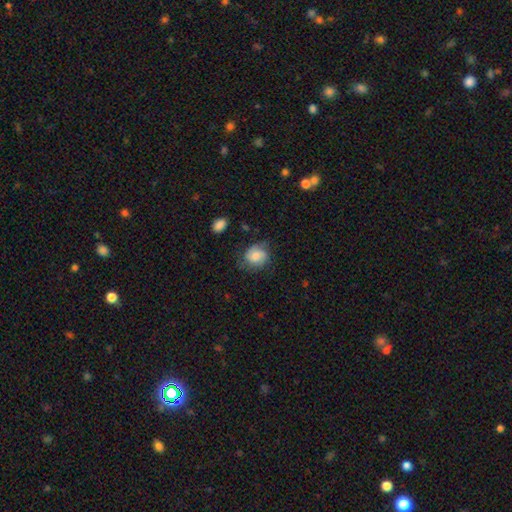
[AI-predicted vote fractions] Smooth or featured: smooth — 64% (featured or disk — 28%)
How rounded: round — 62% (in between — 37%)
Merging: none — 64% (minor disturbance — 25%)